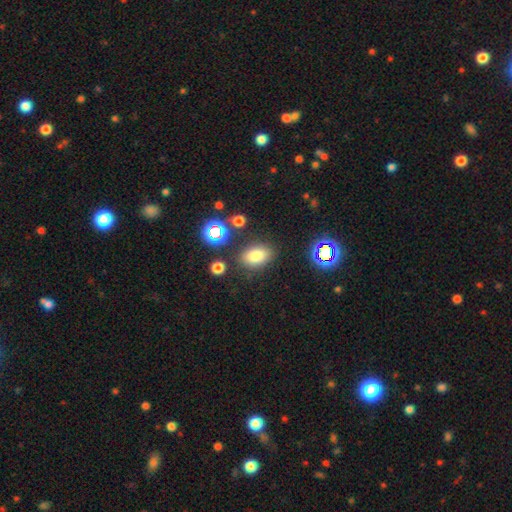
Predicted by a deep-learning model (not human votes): smooth-or-featured: smooth: 75% | star or artifact: 16% | featured or disk: 9%
  how-rounded: in between: 80% | round: 18% | cigar-shaped: 2%
  merging: none: 80% | minor disturbance: 11% | merger: 4% | major disturbance: 4%